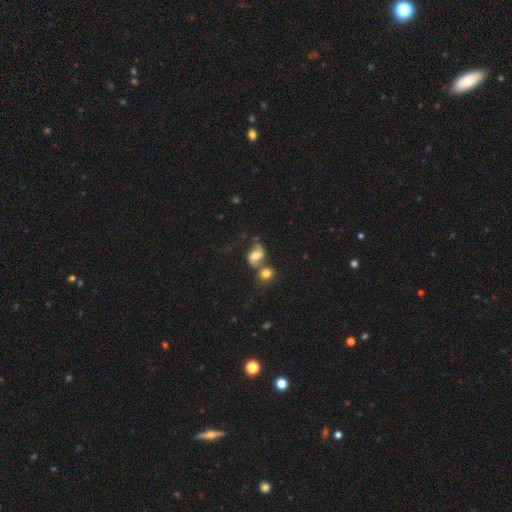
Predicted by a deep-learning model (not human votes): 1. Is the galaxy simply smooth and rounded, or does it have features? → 46% featured or disk, 43% smooth, 11% star or artifact.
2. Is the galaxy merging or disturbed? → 41% merger, 35% none, 15% minor disturbance, 10% major disturbance.